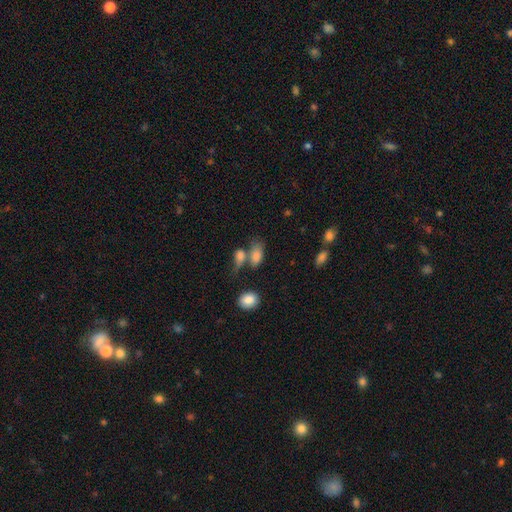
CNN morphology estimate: A smooth galaxy with no disk features (81%) that is in between round and cigar-shaped (85%). Merging: none (40%).